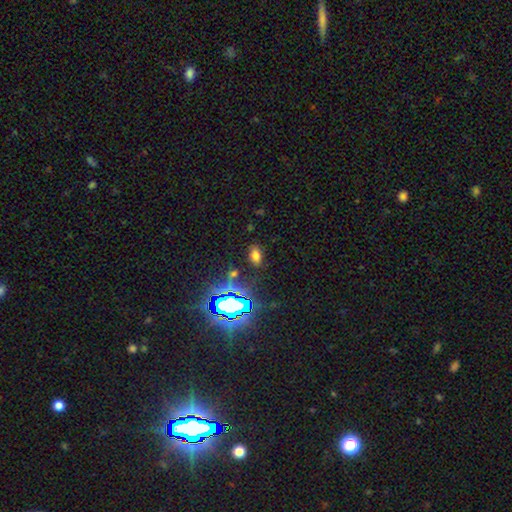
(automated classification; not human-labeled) This is likely a smooth galaxy (62%). How rounded: clearly in between (88%). Merging: clearly none (83%).